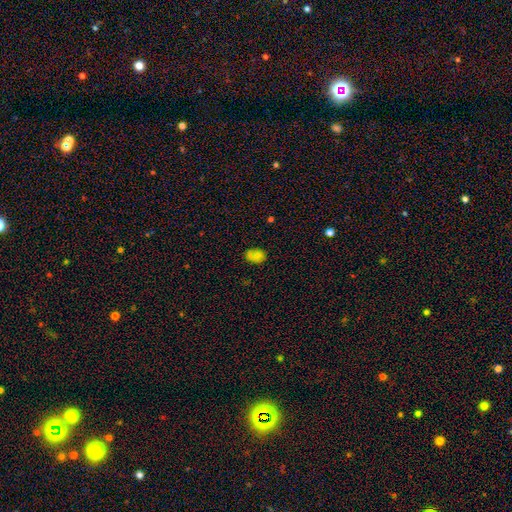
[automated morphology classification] smooth 74%, star or artifact 13%, featured or disk 12%. Down the decision tree: how rounded — in between (79%); merging — none (70%).